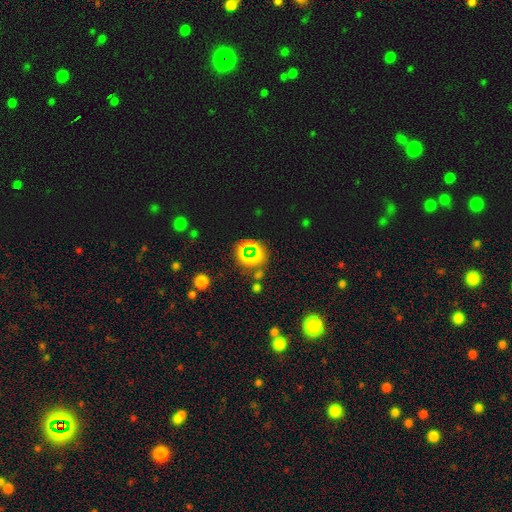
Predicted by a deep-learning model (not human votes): This is likely a star or artifact rather than a galaxy (64%).